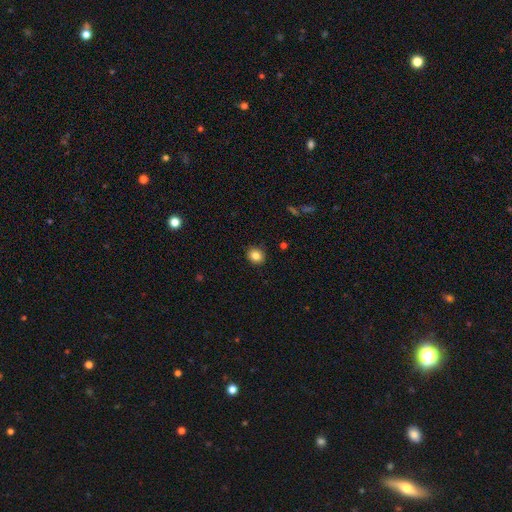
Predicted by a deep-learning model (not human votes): Morphology: type=smooth (84%); roundness=round (77%); merging=none (89%).